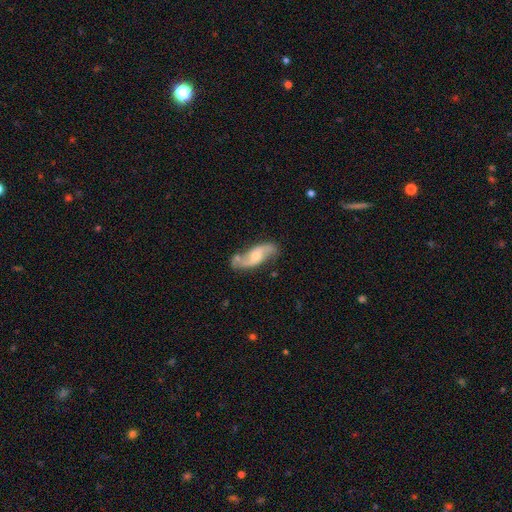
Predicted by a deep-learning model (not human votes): Morphology: type=featured or disk (75%); edge-on=no (90%); bar=no (57%); spiral arms=yes (91%); winding=loose (58%); arm count=2 (89%); bulge=moderate (51%); merging=none (63%).